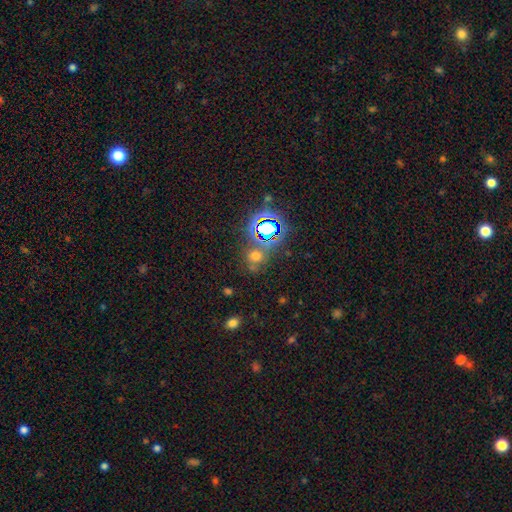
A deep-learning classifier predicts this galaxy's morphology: A smooth galaxy with no disk features (47%).

Vote fractions:
- Smooth or featured? smooth: 47% / star or artifact: 43% / featured or disk: 10%
- Merging? none: 69% / merger: 13% / minor disturbance: 12% / major disturbance: 6%